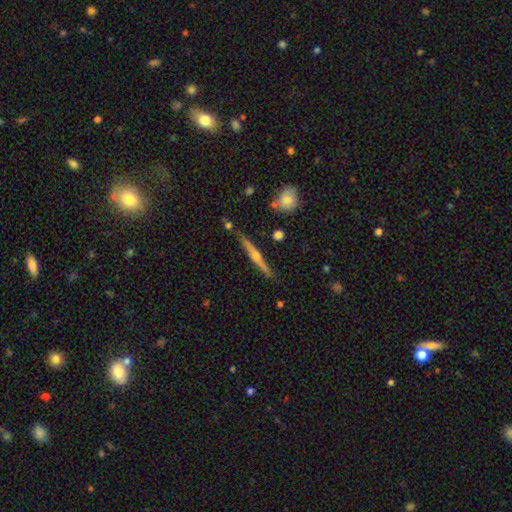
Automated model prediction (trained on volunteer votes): A featured or disk galaxy (75%) viewed edge-on (98%) with a rounded central bulge (91%).

Vote fractions:
- Smooth or featured? featured or disk: 75% / smooth: 19% / star or artifact: 6%
- Edge-on disk? yes: 98% / no: 2%
- Edge-on bulge? rounded: 91% / none: 5% / boxy: 4%
- Merging? none: 84% / minor disturbance: 10% / merger: 4% / major disturbance: 2%